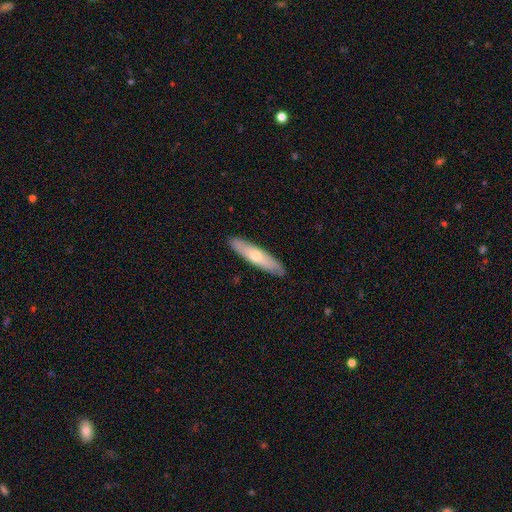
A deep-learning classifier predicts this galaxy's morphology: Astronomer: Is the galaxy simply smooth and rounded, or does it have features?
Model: smooth — 48% (runner-up: featured or disk, 46%).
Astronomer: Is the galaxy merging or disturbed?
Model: none — 90%.